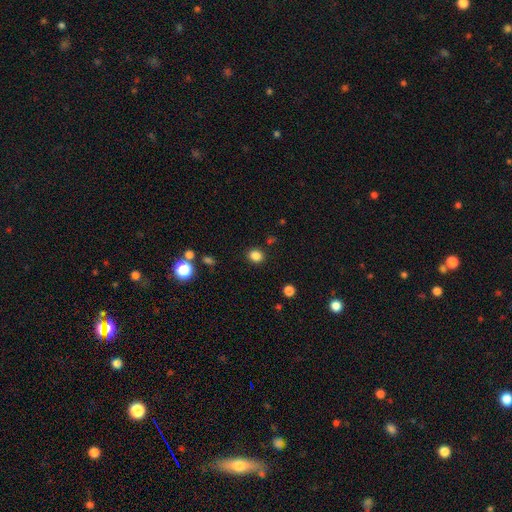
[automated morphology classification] smooth-or-featured: smooth: 84% | star or artifact: 12% | featured or disk: 4%
  how-rounded: round: 74% | in between: 25% | cigar-shaped: 1%
  merging: none: 88% | minor disturbance: 7% | major disturbance: 2% | merger: 2%